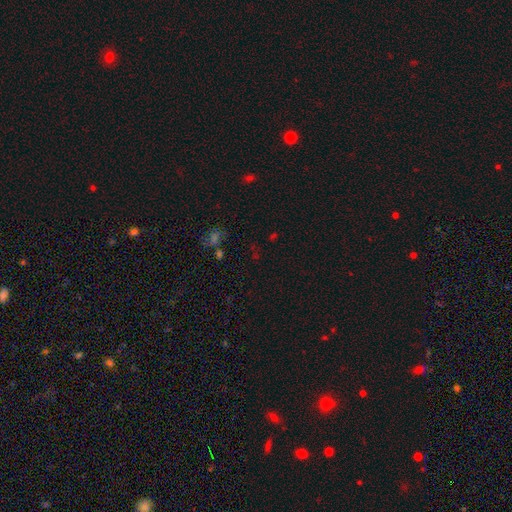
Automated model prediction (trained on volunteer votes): Smooth or featured? star or artifact (58%)